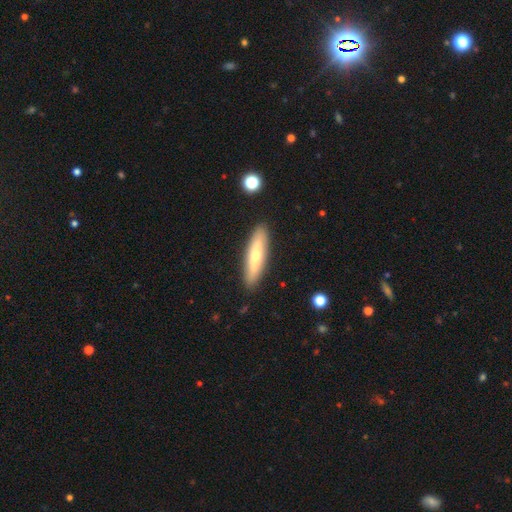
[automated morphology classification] smooth 54%, featured or disk 40%, star or artifact 6%. Down the decision tree: how rounded — cigar-shaped (69%); merging — none (88%).